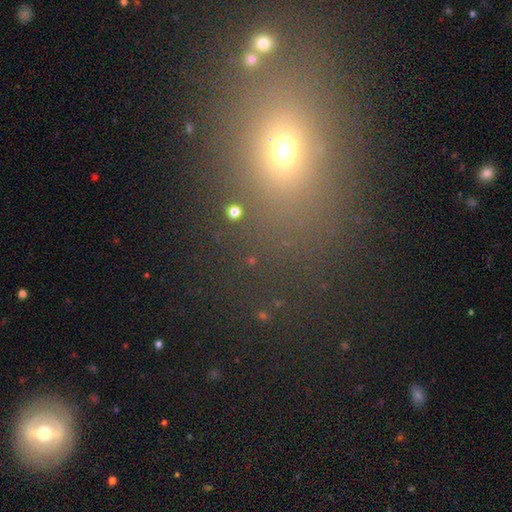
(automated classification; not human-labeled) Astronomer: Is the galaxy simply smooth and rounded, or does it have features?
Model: smooth — 54% (runner-up: star or artifact, 33%).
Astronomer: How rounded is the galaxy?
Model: in between — 57% (runner-up: round, 41%).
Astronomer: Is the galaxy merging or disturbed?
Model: none — 79%.